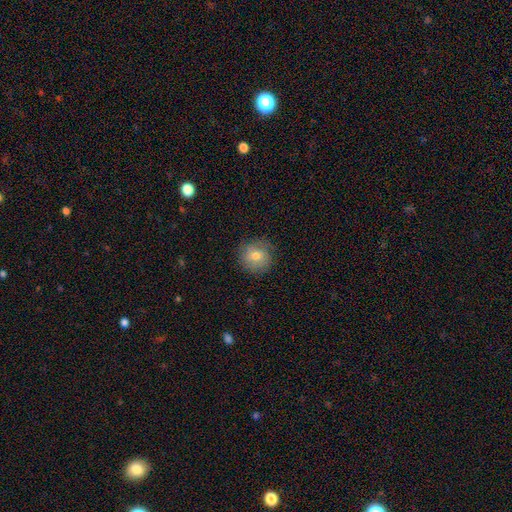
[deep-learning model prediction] A smooth galaxy with no disk features (68%) that is round (91%).

Vote fractions:
- Smooth or featured? smooth: 68% / featured or disk: 22% / star or artifact: 10%
- How rounded? round: 91% / in between: 8% / cigar-shaped: 1%
- Merging? none: 81% / minor disturbance: 14% / major disturbance: 4% / merger: 1%